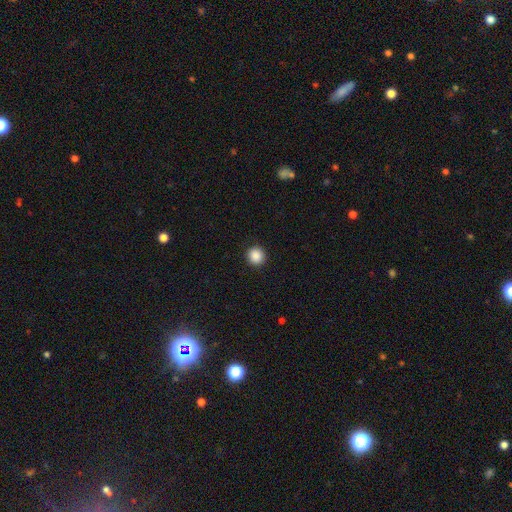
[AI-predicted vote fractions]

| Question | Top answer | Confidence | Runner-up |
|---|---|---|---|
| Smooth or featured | smooth | 88% | star or artifact (9%) |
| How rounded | round | 93% | in between (6%) |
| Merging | none | 92% | minor disturbance (5%) |